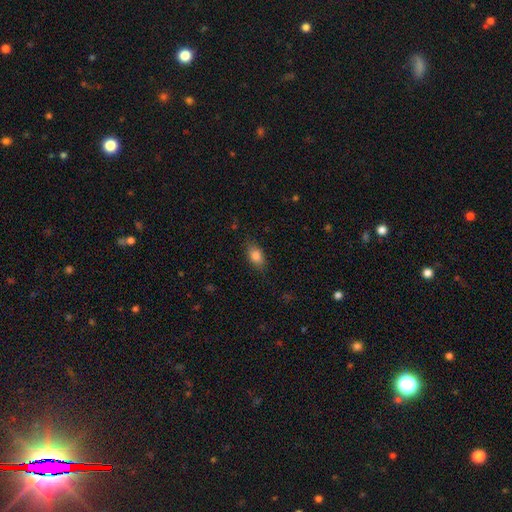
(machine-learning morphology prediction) type=smooth (84%); roundness=in between (86%); merging=none (82%).